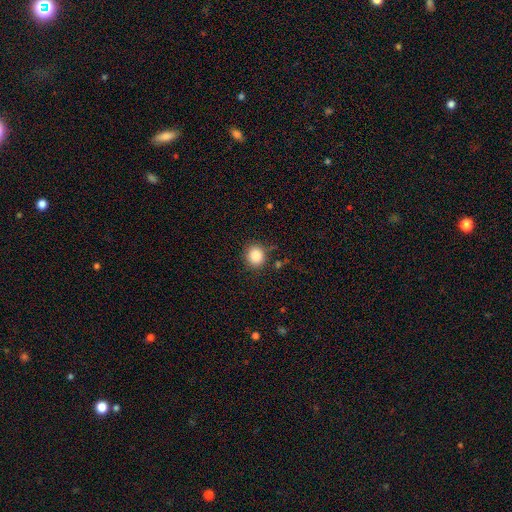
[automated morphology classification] Smooth or featured? Predicted: smooth (p=0.86). How rounded? Predicted: round (p=0.84). Merging? Predicted: none (p=0.84).